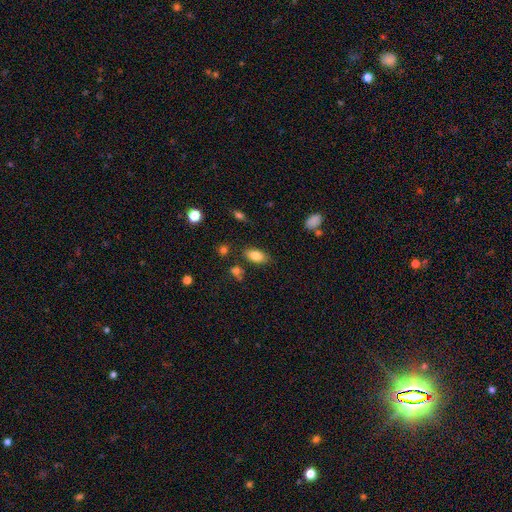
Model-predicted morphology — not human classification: type=smooth (82%); roundness=in between (91%); merging=none (78%).